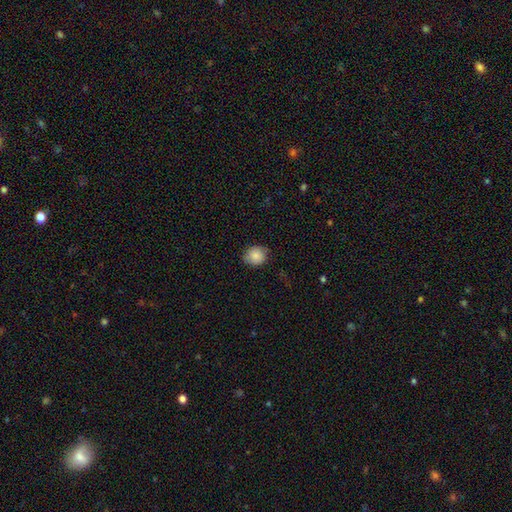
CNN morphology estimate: A smooth galaxy with no disk features (86%) that is round (77%).

Vote fractions:
- Smooth or featured? smooth: 86% / star or artifact: 8% / featured or disk: 6%
- How rounded? round: 77% / in between: 22% / cigar-shaped: 1%
- Merging? none: 78% / minor disturbance: 17% / major disturbance: 3% / merger: 1%